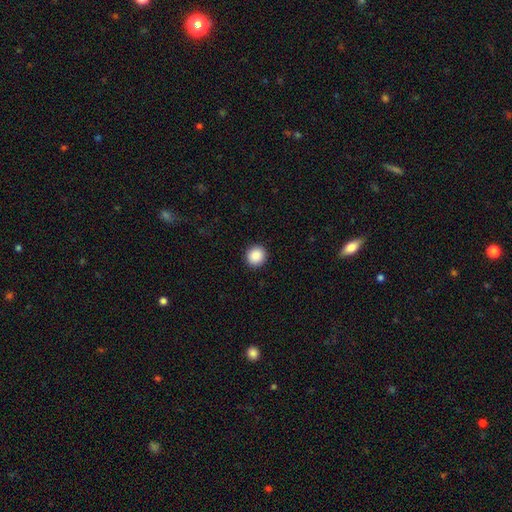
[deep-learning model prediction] Morphology: type=smooth (89%); roundness=round (93%); merging=none (93%).